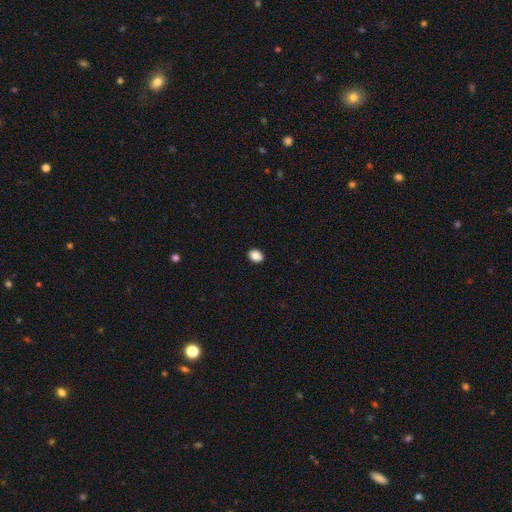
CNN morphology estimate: Overall: smooth (89%). How rounded: in between (64%; round 35%). Merging: none (90%).